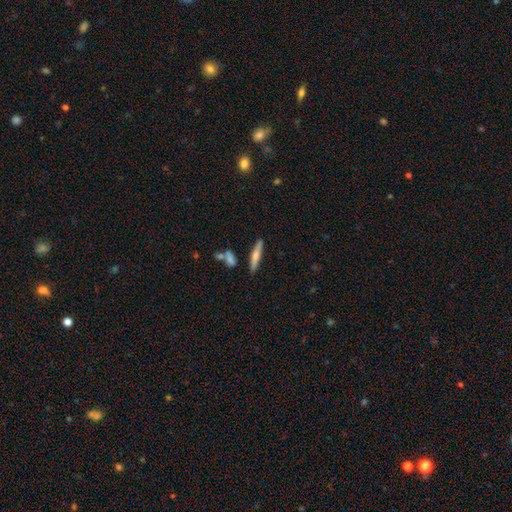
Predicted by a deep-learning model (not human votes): This is possibly a smooth galaxy (59%). How rounded: clearly cigar-shaped (87%). Merging: likely none (80%).